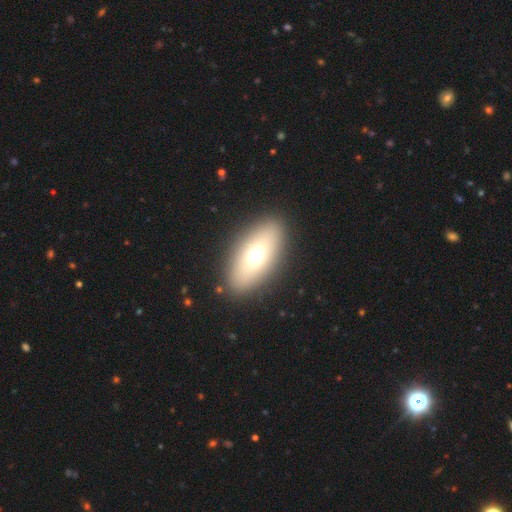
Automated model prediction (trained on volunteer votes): Smooth or featured? Predicted: smooth (p=0.65). How rounded? Predicted: in between (p=0.82). Merging? Predicted: none (p=0.88).